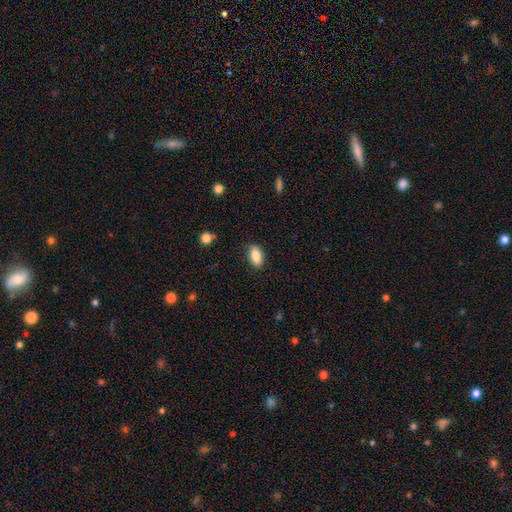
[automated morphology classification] type=smooth (87%); roundness=in between (91%); merging=none (86%).